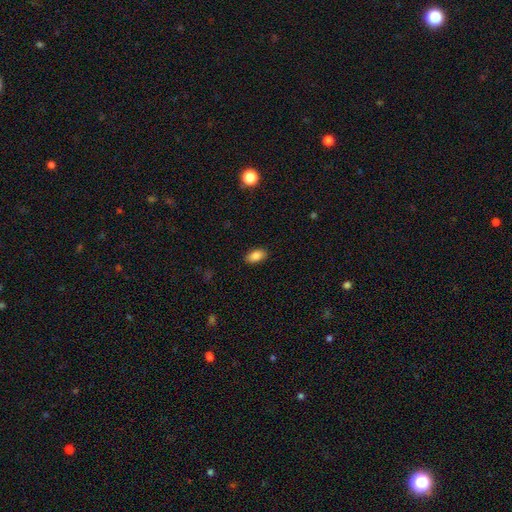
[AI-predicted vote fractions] A smooth galaxy with no disk features (86%) that is in between round and cigar-shaped (92%).

Vote fractions:
- Smooth or featured? smooth: 86% / star or artifact: 8% / featured or disk: 6%
- How rounded? in between: 92% / round: 4% / cigar-shaped: 3%
- Merging? none: 88% / minor disturbance: 9% / major disturbance: 2% / merger: 1%